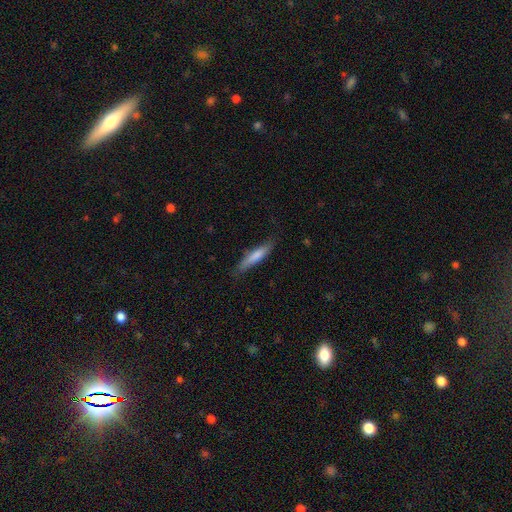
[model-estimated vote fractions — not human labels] Q: Smooth or featured?
A: smooth (74%); runner-up: featured or disk (20%)
Q: How rounded?
A: cigar-shaped (86%); runner-up: in between (12%)
Q: Merging?
A: none (77%); runner-up: minor disturbance (18%)